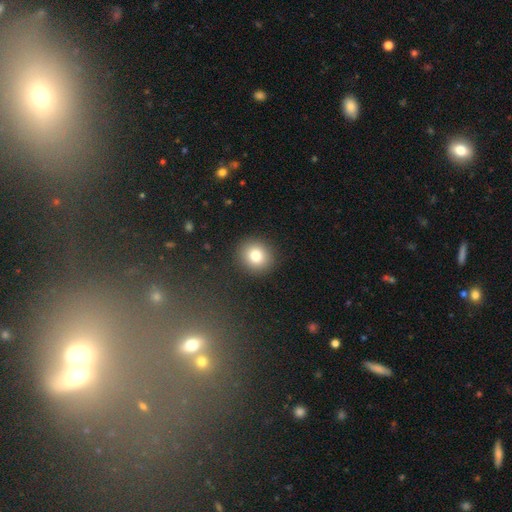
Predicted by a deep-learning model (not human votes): Smooth or featured? smooth (81%)
How rounded? round (85%)
Merging? none (90%)